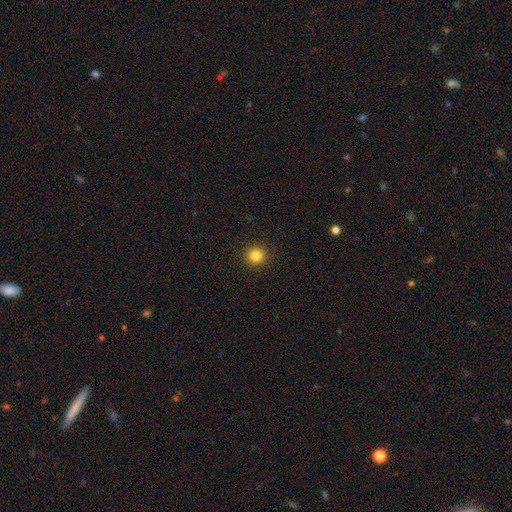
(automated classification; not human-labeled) The model was most divided on "smooth or featured": smooth: 84%, star or artifact: 12%, featured or disk: 4%. More confident: how rounded — round (94%); merging — none (93%).